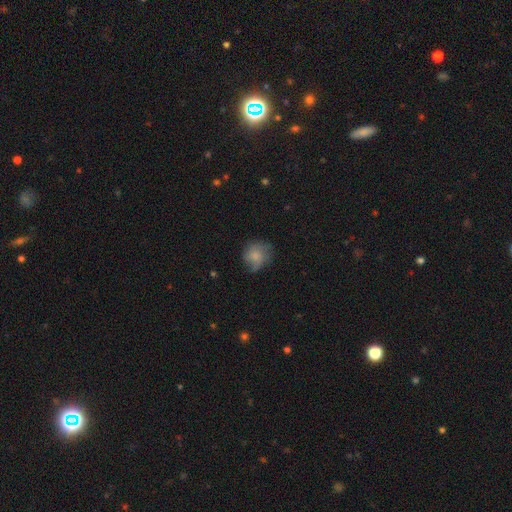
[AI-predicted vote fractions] A smooth galaxy with no disk features (69%) that is round (75%). Merging: none (56%).